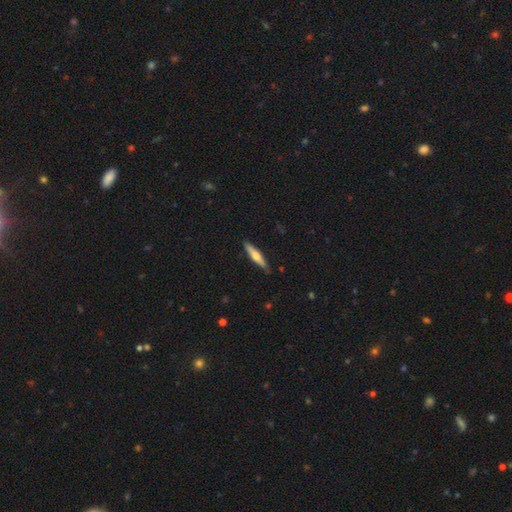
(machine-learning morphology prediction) The model was most divided on "smooth or featured": featured or disk: 48%, smooth: 46%, star or artifact: 6%. More confident: merging — none (87%).